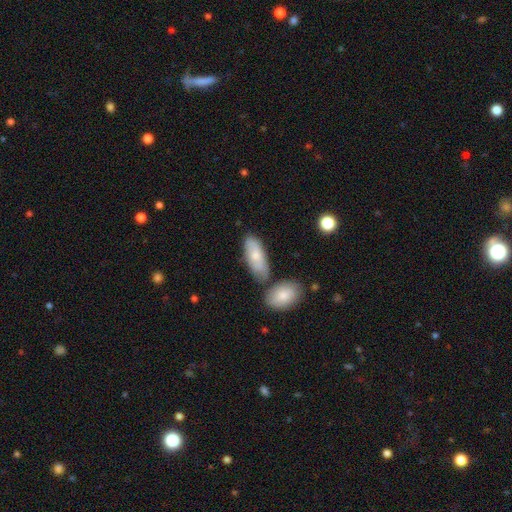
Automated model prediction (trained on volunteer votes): smooth 73%, featured or disk 21%, star or artifact 6%. Down the decision tree: how rounded — in between (82%); merging — none (59%).